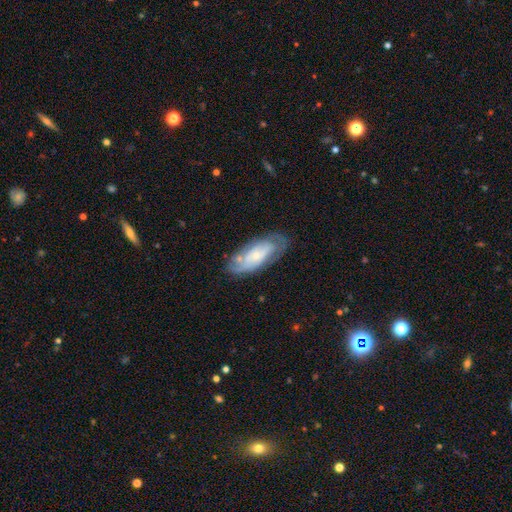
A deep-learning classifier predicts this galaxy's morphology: smooth-or-featured: featured or disk: 60% | smooth: 33% | star or artifact: 7%
  disk-edge-on: no: 88% | yes: 12%
    bar: no: 69% | weak: 24% | strong: 7%
    has-spiral-arms: yes: 73% | no: 27%
    bulge-size: small: 68% | moderate: 25% | none: 3% | large: 2% | dominant: 1%
  merging: none: 66% | minor disturbance: 22% | major disturbance: 8% | merger: 4%